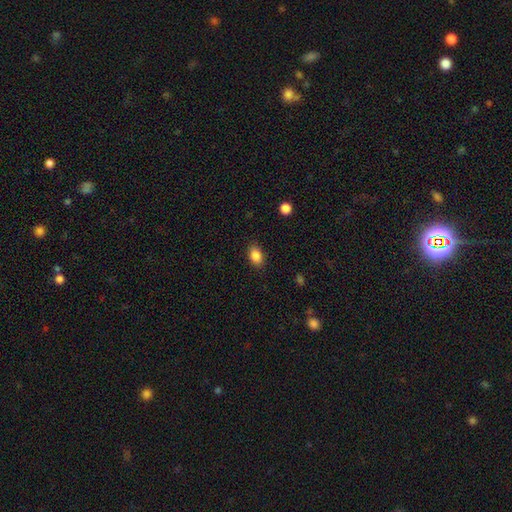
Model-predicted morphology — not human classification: Overall: smooth (87%). How rounded: in between (84%). Merging: none (86%).